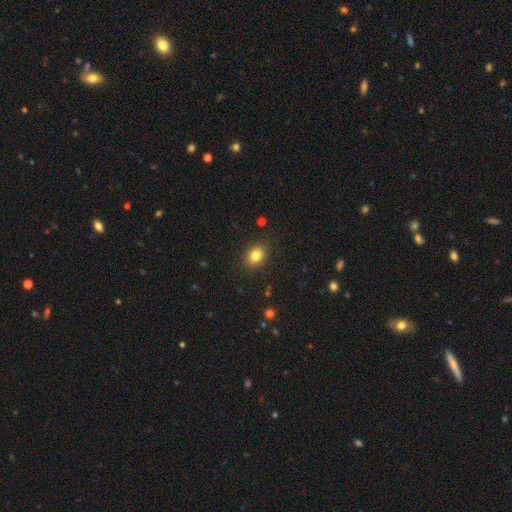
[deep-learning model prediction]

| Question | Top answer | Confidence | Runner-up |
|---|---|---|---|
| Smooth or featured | smooth | 83% | star or artifact (10%) |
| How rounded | in between | 58% | round (41%) |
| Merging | none | 88% | minor disturbance (8%) |